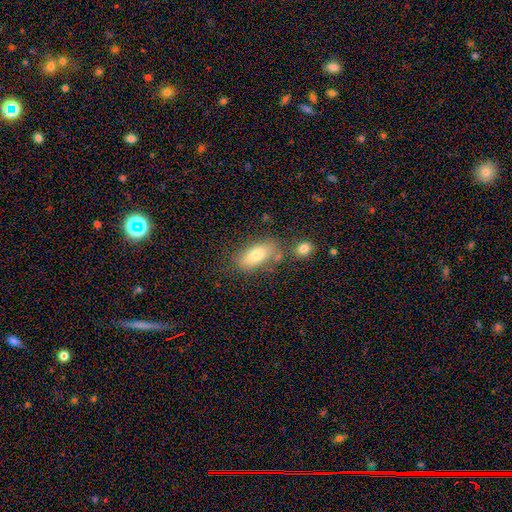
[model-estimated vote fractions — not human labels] Smooth or featured?
  - smooth: 76% *
  - featured or disk: 16%
  - star or artifact: 9%
How rounded?
  - in between: 84% *
  - cigar-shaped: 12%
  - round: 4%
Merging?
  - none: 67% *
  - minor disturbance: 16%
  - merger: 12%
  - major disturbance: 5%